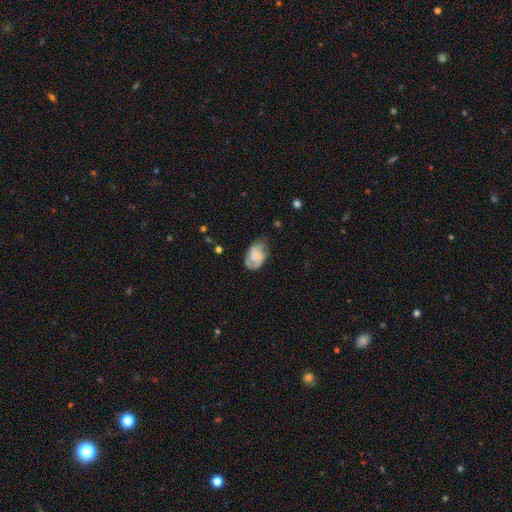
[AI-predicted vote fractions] smooth-or-featured: featured or disk: 51% | smooth: 41% | star or artifact: 7%
  disk-edge-on: no: 97% | yes: 3%
  merging: none: 59% | minor disturbance: 30% | major disturbance: 9% | merger: 2%